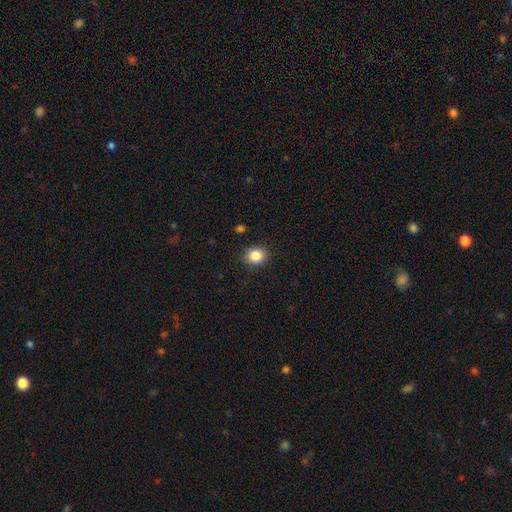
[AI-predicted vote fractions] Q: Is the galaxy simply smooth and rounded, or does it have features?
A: smooth — 86%.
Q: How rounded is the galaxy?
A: round — 65%.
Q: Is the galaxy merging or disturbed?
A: none — 86%.